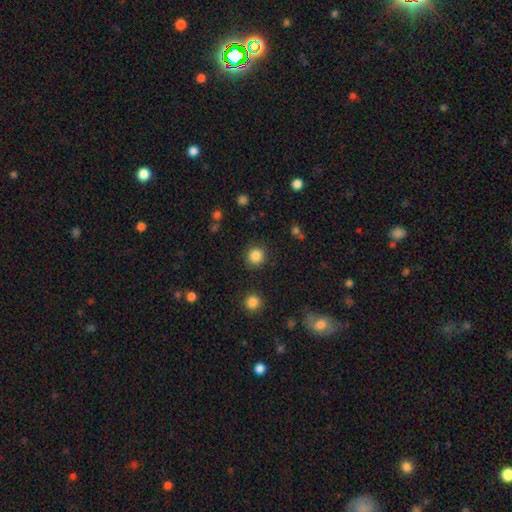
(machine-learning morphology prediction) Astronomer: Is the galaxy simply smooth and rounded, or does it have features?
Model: smooth — 85%.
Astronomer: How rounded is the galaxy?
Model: round — 92%.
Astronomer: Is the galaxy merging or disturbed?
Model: none — 89%.